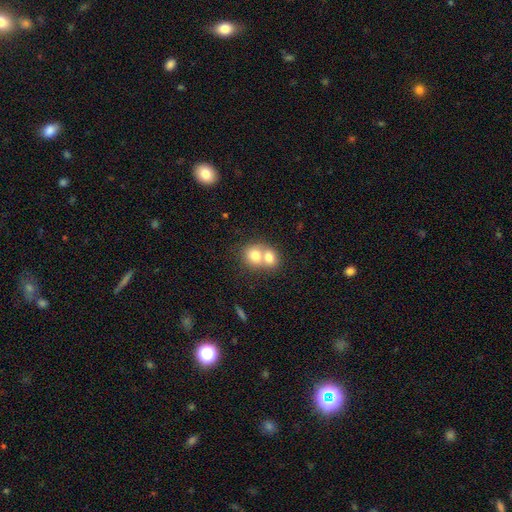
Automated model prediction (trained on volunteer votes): Morphology: type=smooth (73%); roundness=round (66%); merging=merger (73%).